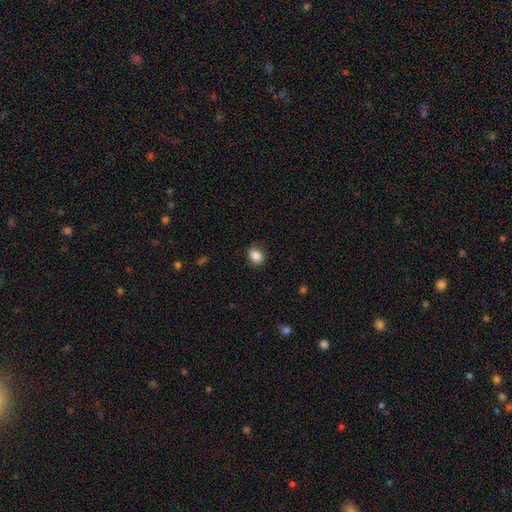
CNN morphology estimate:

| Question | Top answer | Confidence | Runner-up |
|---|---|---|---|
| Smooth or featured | smooth | 87% | star or artifact (9%) |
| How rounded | in between | 56% | round (43%) |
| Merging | none | 87% | minor disturbance (10%) |